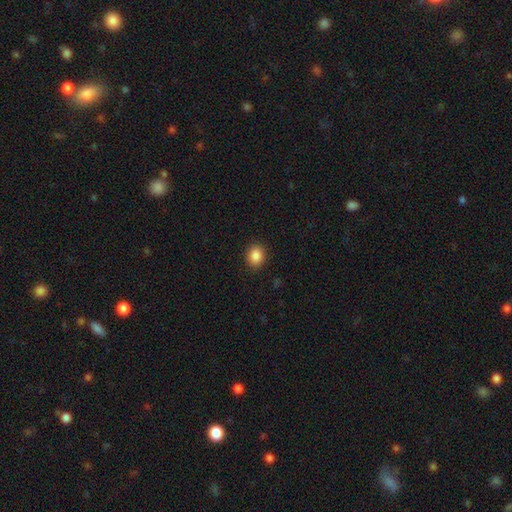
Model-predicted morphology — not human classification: smooth-or-featured: smooth: 87% | star or artifact: 10% | featured or disk: 4%
  how-rounded: round: 62% | in between: 37% | cigar-shaped: 1%
  merging: none: 90% | minor disturbance: 7% | major disturbance: 2% | merger: 1%